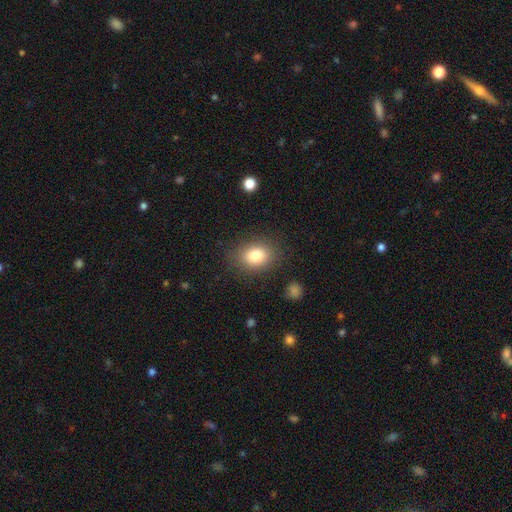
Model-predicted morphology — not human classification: type=smooth (81%); roundness=in between (61%); merging=none (83%).